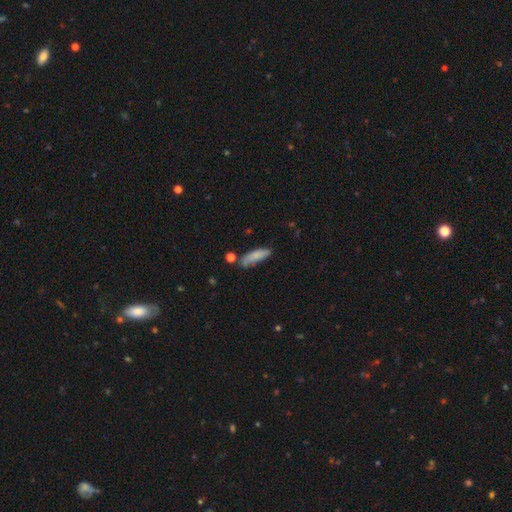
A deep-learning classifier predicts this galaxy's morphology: A smooth galaxy with no disk features (80%) that is cigar-shaped (55%). Merging: none (60%).